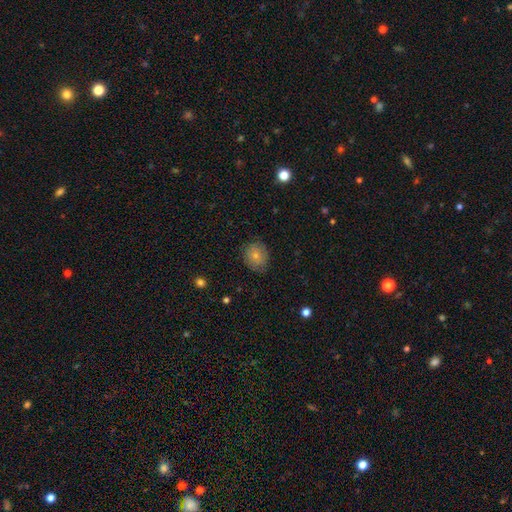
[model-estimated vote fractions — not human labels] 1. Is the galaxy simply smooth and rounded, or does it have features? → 78% smooth, 13% featured or disk, 8% star or artifact.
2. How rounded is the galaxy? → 68% round, 31% in between, 1% cigar-shaped.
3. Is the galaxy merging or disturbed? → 79% none, 17% minor disturbance, 4% major disturbance, 1% merger.